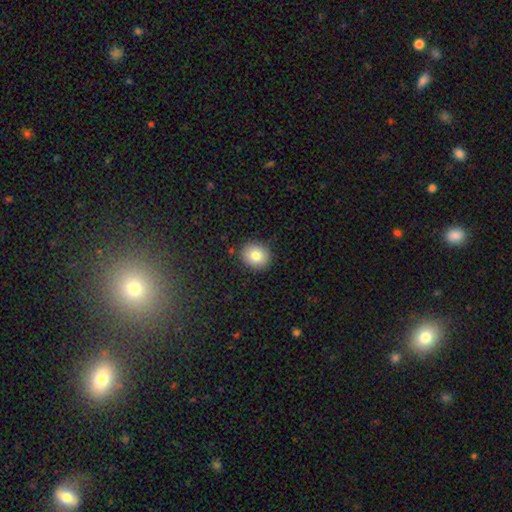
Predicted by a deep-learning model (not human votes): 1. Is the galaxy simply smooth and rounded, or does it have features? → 80% smooth, 10% featured or disk, 10% star or artifact.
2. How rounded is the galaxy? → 78% round, 22% in between, 1% cigar-shaped.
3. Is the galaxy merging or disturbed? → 89% none, 8% minor disturbance, 2% major disturbance, 1% merger.